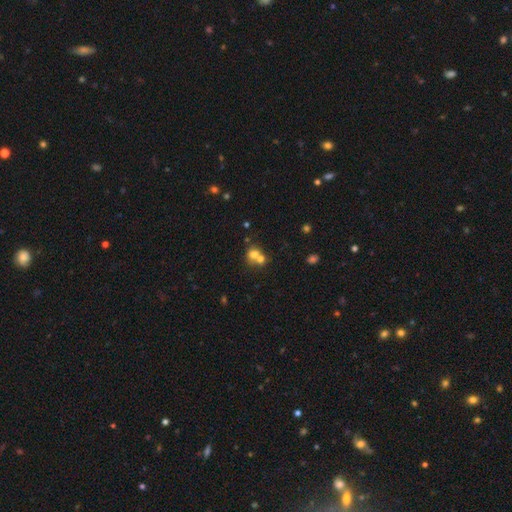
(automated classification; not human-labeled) Smooth or featured? smooth (67%)
How rounded? round (68%)
Merging? merger (60%)